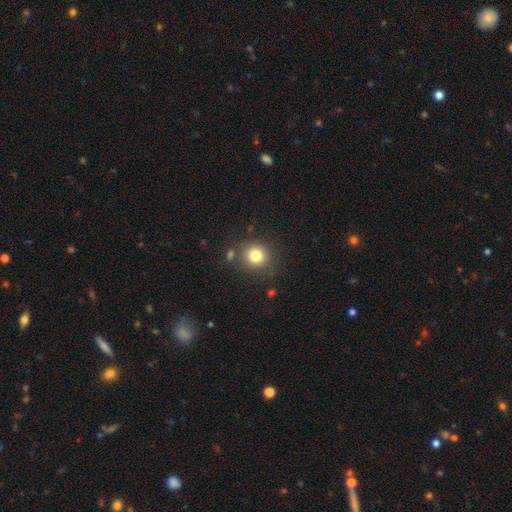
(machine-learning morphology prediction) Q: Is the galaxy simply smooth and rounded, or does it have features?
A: smooth — 80%.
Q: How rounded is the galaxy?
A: round — 88%.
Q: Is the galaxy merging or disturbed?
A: none — 80%.